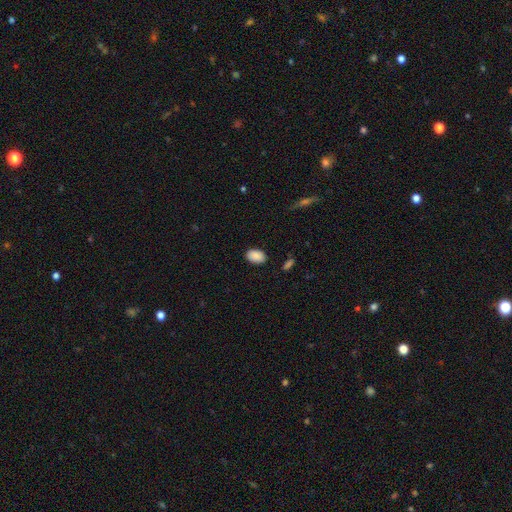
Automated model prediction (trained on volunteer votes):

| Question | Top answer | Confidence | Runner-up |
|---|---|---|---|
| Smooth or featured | smooth | 89% | star or artifact (7%) |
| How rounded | in between | 88% | round (11%) |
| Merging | none | 87% | minor disturbance (9%) |